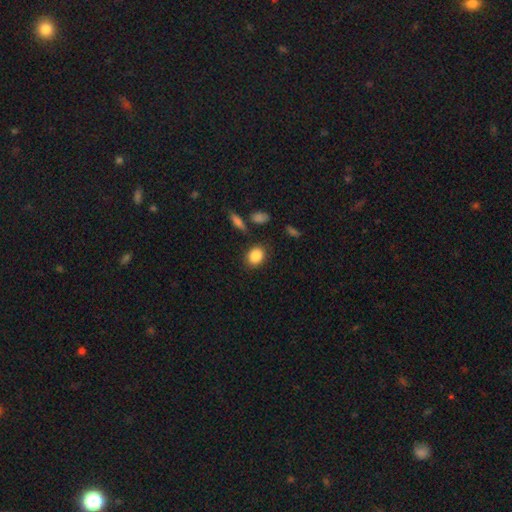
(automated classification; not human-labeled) Q: Smooth or featured?
A: smooth (86%); runner-up: star or artifact (8%)
Q: How rounded?
A: round (50%); runner-up: in between (48%)
Q: Merging?
A: none (82%); runner-up: minor disturbance (11%)